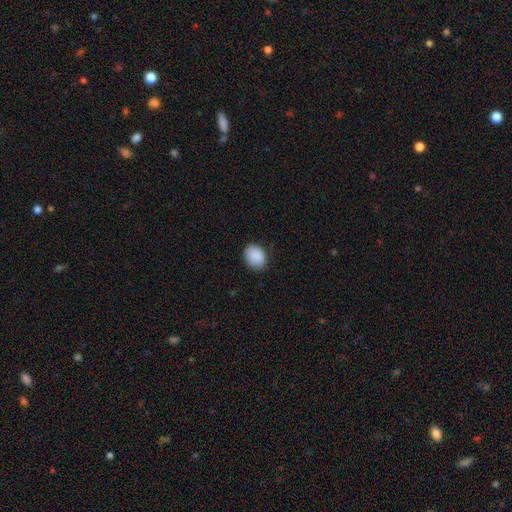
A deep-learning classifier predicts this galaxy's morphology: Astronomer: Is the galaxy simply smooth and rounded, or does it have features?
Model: smooth — 90%.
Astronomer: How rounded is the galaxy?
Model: in between — 53% (runner-up: round, 46%).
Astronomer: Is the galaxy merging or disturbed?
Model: none — 83%.